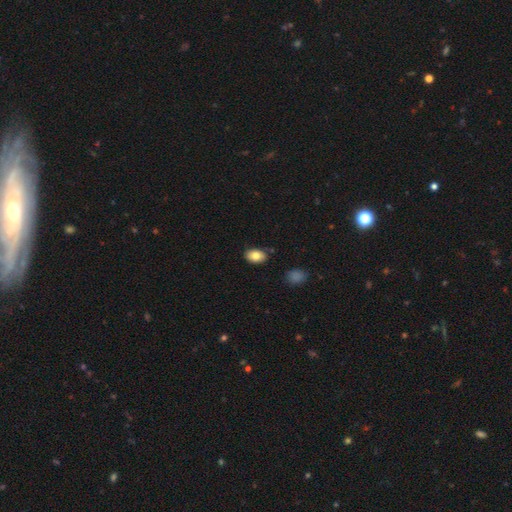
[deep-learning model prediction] Smooth or featured? smooth (81%)
How rounded? in between (88%)
Merging? none (82%)